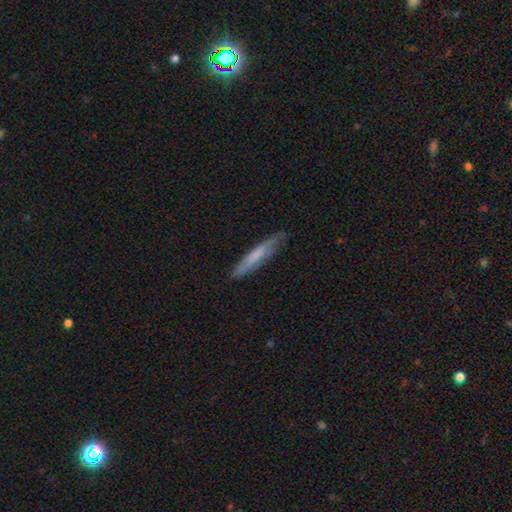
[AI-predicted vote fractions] smooth 64%, featured or disk 30%, star or artifact 6%. Down the decision tree: how rounded — cigar-shaped (90%); merging — none (82%).